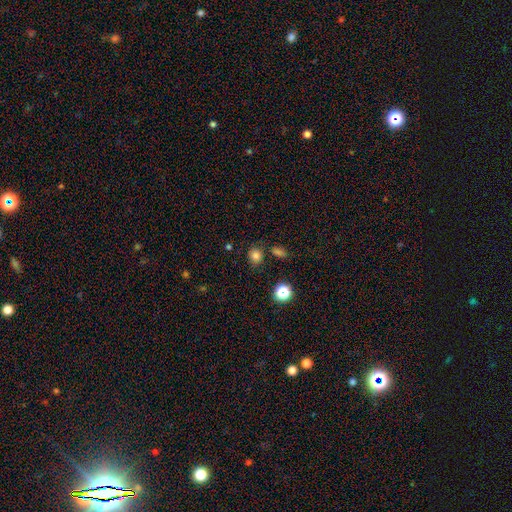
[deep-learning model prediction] A smooth galaxy with no disk features (79%) that is round (75%). Merging: none (78%).